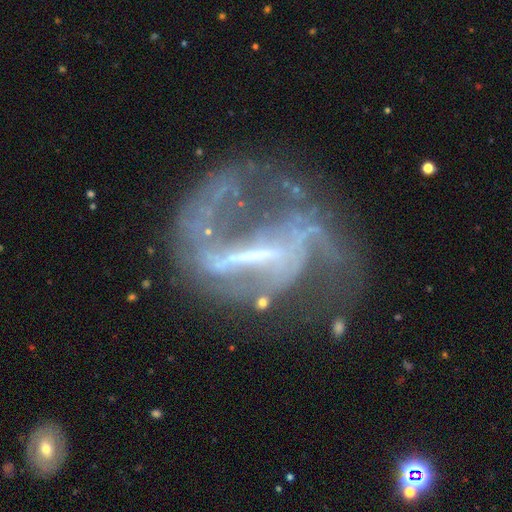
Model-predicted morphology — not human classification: Smooth or featured? featured or disk (82%)
Edge-on disk? no (94%)
Bar? strong (67%)
Spiral arms? yes (73%)
Spiral winding? loose (62%)
Spiral arm count? 2 (55%)
Bulge size? small (35%, tied with none)
Merging? major disturbance (45%)